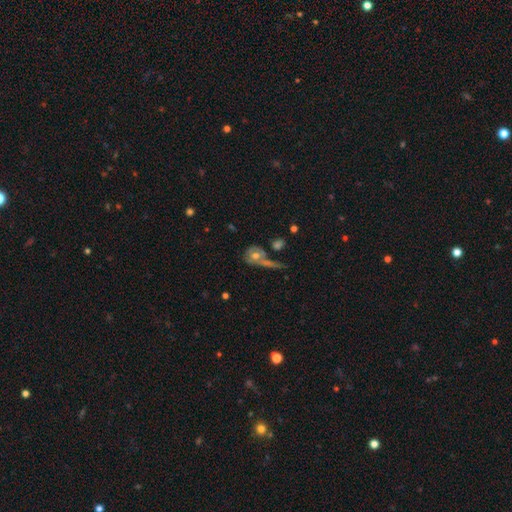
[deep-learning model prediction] A smooth galaxy with no disk features (46%). Merging: none (38%).